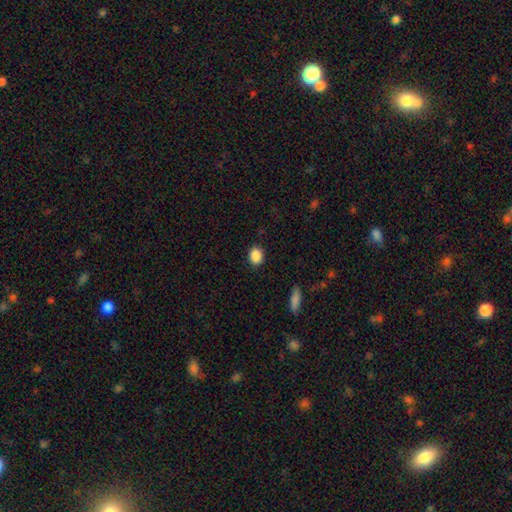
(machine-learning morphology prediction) A smooth galaxy with no disk features (88%) that is round (50%). Merging: none (88%).